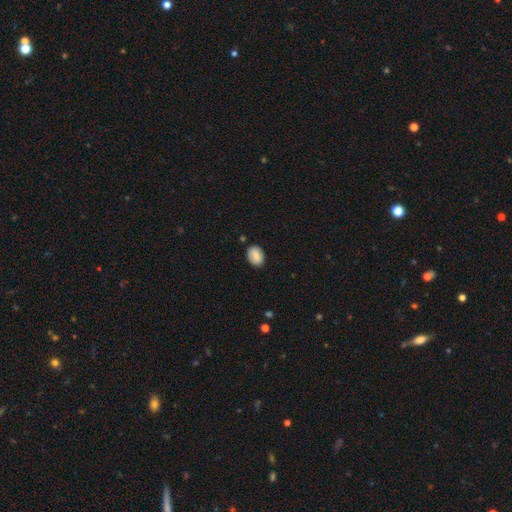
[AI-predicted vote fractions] Smooth or featured? Predicted: smooth (p=0.80). How rounded? Predicted: in between (p=0.70). Merging? Predicted: none (p=0.85).